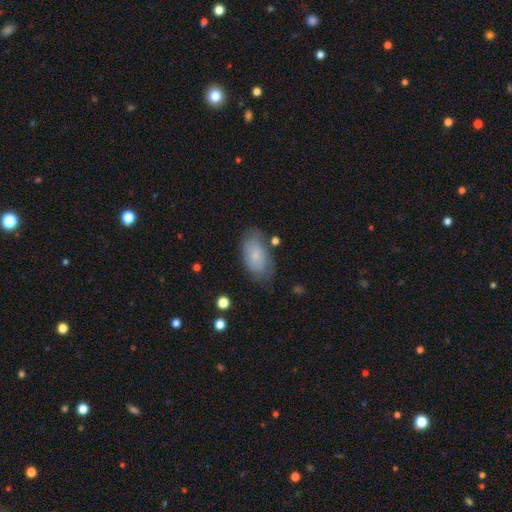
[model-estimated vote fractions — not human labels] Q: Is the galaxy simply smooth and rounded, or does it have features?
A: smooth — 68%.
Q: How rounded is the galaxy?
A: in between — 92%.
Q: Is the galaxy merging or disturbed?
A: none — 66%.